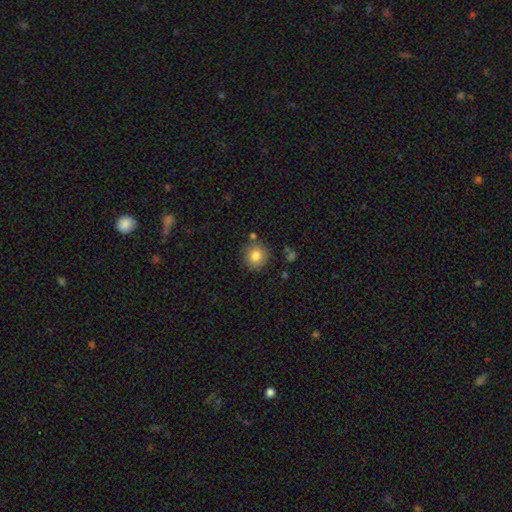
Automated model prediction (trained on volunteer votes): The model was most divided on "smooth or featured": smooth: 82%, star or artifact: 10%, featured or disk: 8%. More confident: how rounded — round (93%); merging — none (83%).